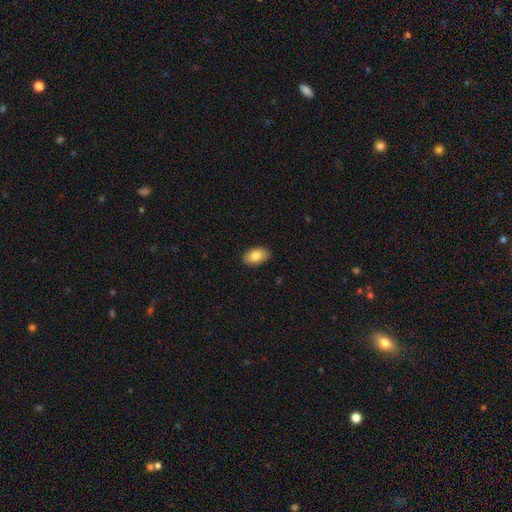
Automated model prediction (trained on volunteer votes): Smooth or featured?
  - smooth: 82% *
  - featured or disk: 11%
  - star or artifact: 7%
How rounded?
  - in between: 93% *
  - round: 5%
  - cigar-shaped: 2%
Merging?
  - none: 88% *
  - minor disturbance: 9%
  - major disturbance: 2%
  - merger: 1%